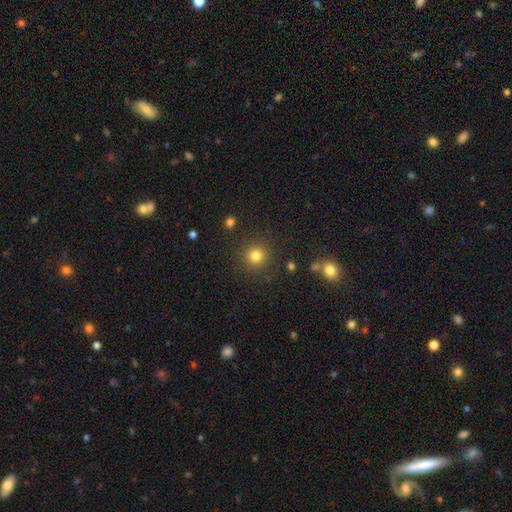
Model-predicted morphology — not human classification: This is clearly a smooth galaxy (81%). How rounded: clearly round (94%). Merging: clearly none (89%).